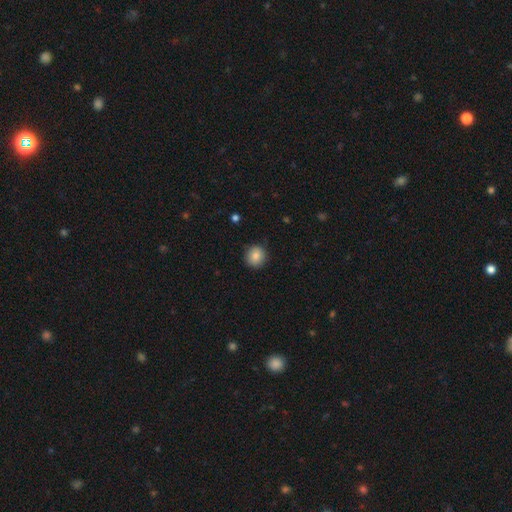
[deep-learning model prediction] A smooth galaxy with no disk features (84%) that is round (89%). Merging: none (87%).